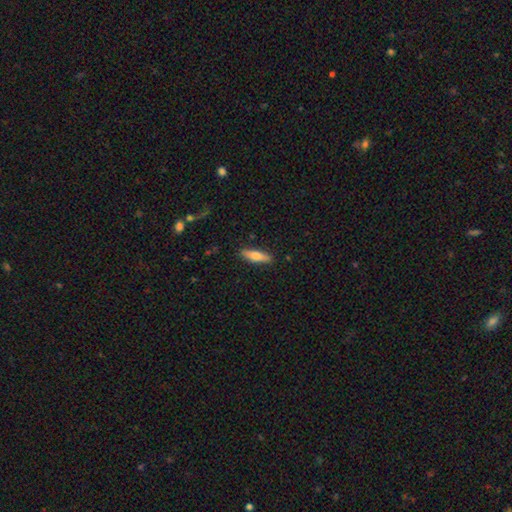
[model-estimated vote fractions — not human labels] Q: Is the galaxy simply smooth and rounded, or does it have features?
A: smooth — 68%.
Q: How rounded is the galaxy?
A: cigar-shaped — 63%.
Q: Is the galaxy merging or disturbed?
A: none — 88%.